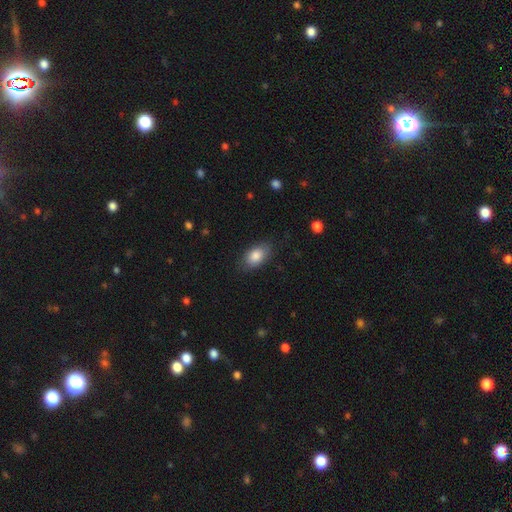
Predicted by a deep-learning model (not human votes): This appears to be a smooth galaxy with no disk features (85%) that is in between round and cigar-shaped (90%). Merging: none (81%).